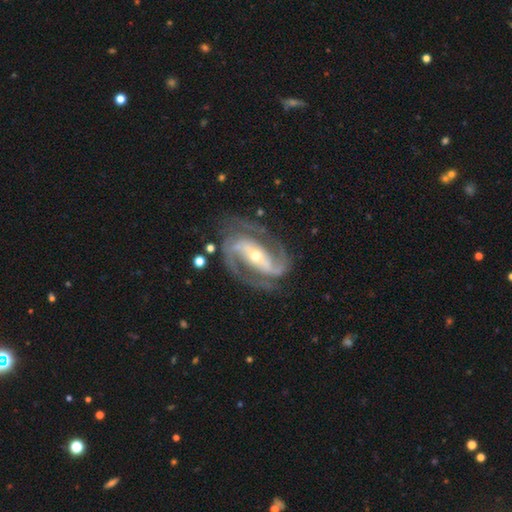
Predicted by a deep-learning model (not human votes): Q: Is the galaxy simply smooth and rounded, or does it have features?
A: featured or disk — 92%.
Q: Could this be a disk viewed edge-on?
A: no — 97%.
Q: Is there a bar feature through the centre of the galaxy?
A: strong — 58%.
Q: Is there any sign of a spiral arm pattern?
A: yes — 98%.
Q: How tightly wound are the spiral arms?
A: medium — 54%.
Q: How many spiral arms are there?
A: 2 — 88%.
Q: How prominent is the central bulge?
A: moderate — 48%.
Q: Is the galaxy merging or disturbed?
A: none — 76%.